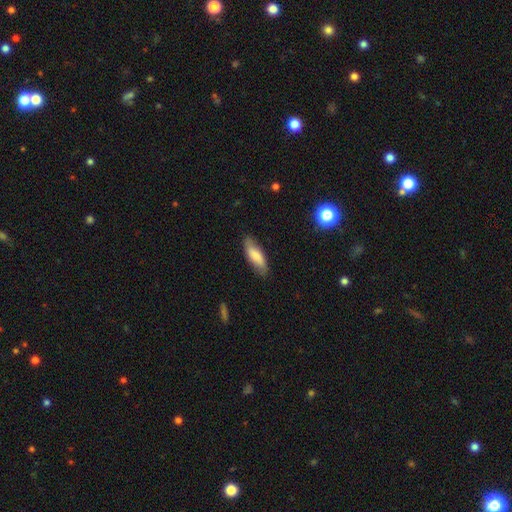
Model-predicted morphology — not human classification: This is likely a smooth galaxy (76%). How rounded: likely in between (61%). Merging: likely none (80%).